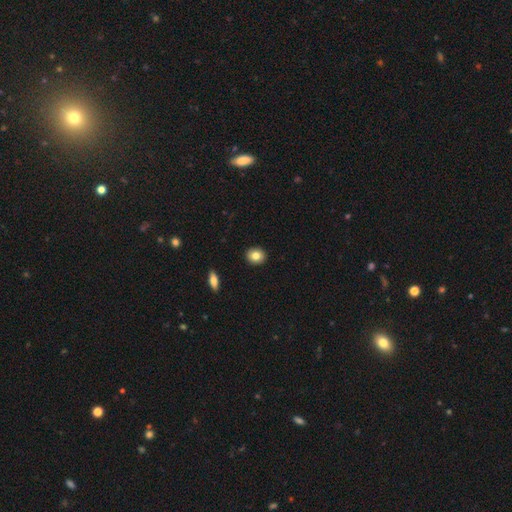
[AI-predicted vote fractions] Smooth or featured?
  - smooth: 83% *
  - star or artifact: 9%
  - featured or disk: 9%
How rounded?
  - round: 65% *
  - in between: 34%
  - cigar-shaped: 1%
Merging?
  - none: 92% *
  - minor disturbance: 5%
  - major disturbance: 2%
  - merger: 1%